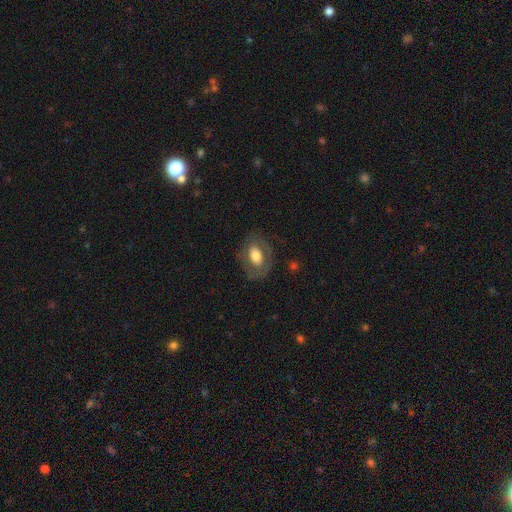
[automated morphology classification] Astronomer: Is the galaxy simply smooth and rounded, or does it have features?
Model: smooth — 52% (runner-up: featured or disk, 41%).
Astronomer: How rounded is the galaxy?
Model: in between — 78%.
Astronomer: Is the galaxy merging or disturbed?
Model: none — 73%.